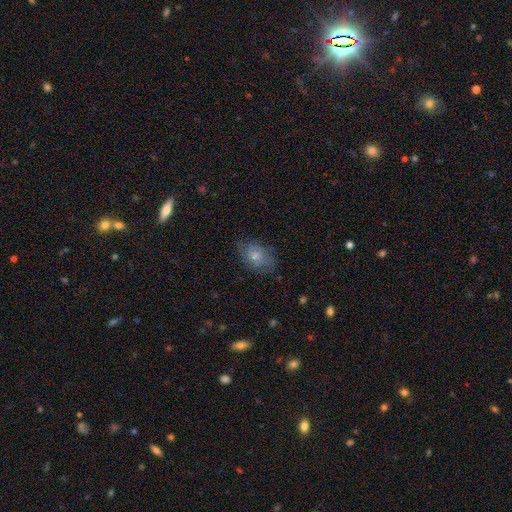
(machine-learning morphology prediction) Smooth or featured? smooth (66%)
How rounded? in between (81%)
Merging? none (64%)